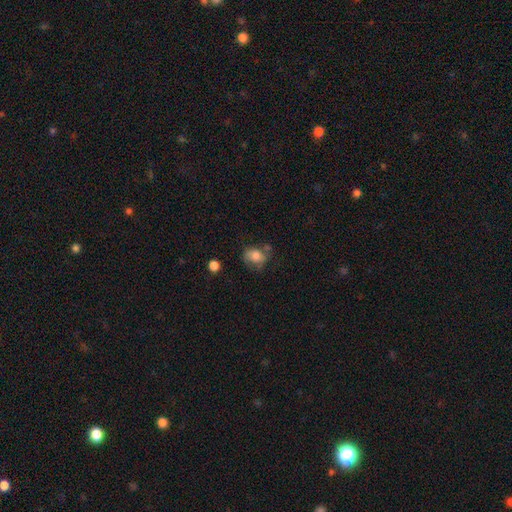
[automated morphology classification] A smooth galaxy with no disk features (68%) that is in between round and cigar-shaped (52%). Merging: none (47%).